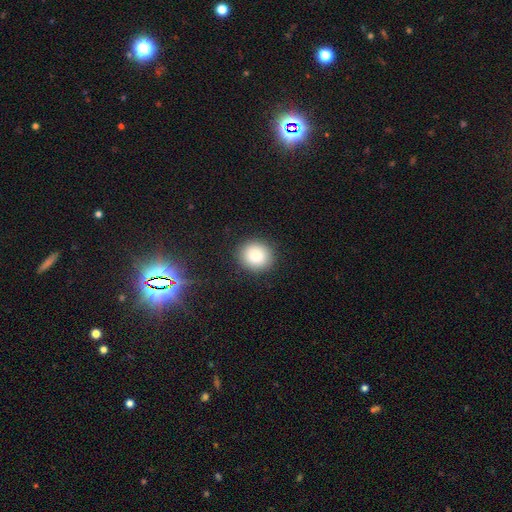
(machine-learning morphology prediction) smooth 87%, star or artifact 9%, featured or disk 4%. Down the decision tree: how rounded — round (82%); merging — none (90%).